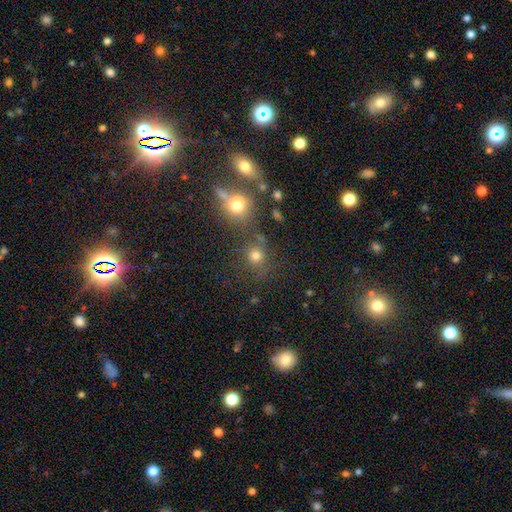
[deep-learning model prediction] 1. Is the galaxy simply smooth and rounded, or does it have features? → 72% smooth, 19% star or artifact, 9% featured or disk.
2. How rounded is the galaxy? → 85% round, 14% in between, 1% cigar-shaped.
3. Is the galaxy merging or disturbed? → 64% none, 18% merger, 11% minor disturbance, 6% major disturbance.